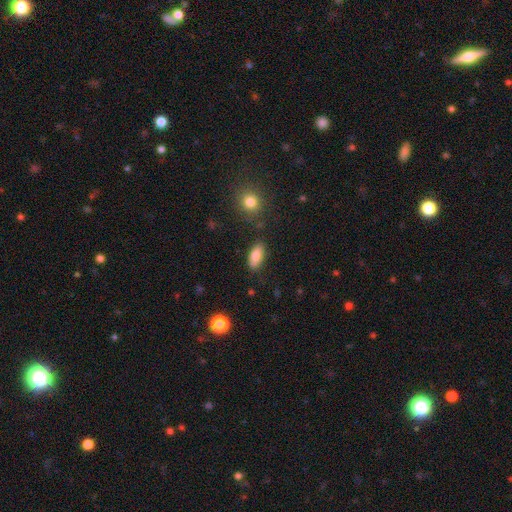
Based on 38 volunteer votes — A smooth galaxy with no disk features (82%) that is in between round and cigar-shaped (90%).

Vote fractions:
- Smooth or featured? smooth: 82% / featured or disk: 11% / star or artifact: 8%
- How rounded? in between: 90% / cigar-shaped: 10% / round: 0%
- Merging? none: 77% / minor disturbance: 14% / merger: 6% / major disturbance: 3%